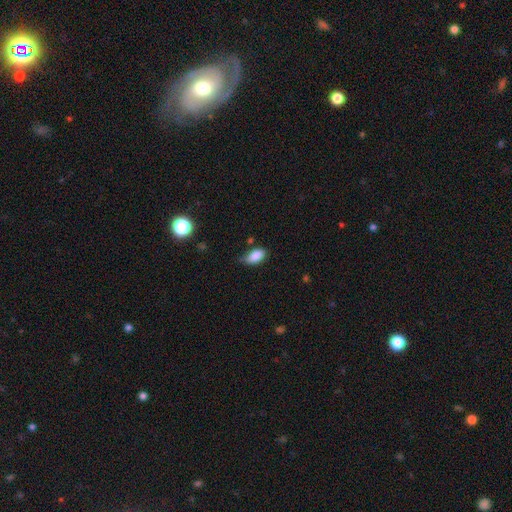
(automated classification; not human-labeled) Smooth or featured? Predicted: smooth (p=0.85). How rounded? Predicted: in between (p=0.91). Merging? Predicted: none (p=0.54).